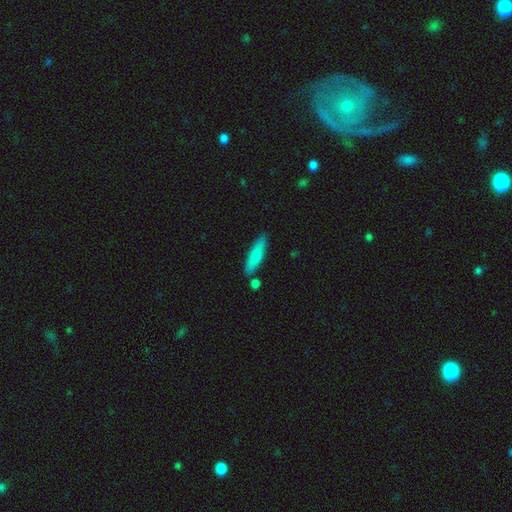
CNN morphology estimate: type=smooth (76%); roundness=cigar-shaped (65%); merging=none (80%).